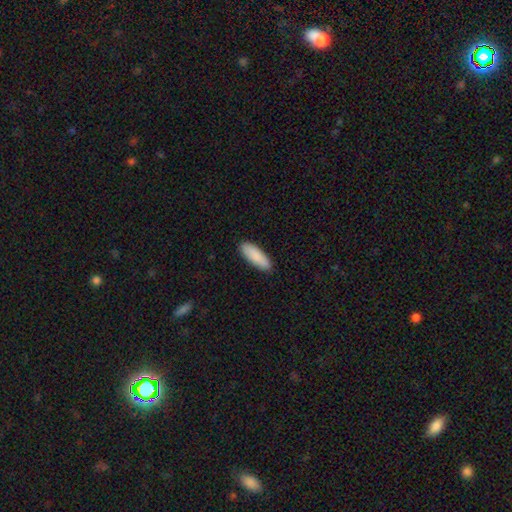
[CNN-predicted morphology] The model was most divided on "how rounded": in between: 59%, cigar-shaped: 40%, round: 2%. More confident: merging — none (90%); smooth or featured — smooth (90%).